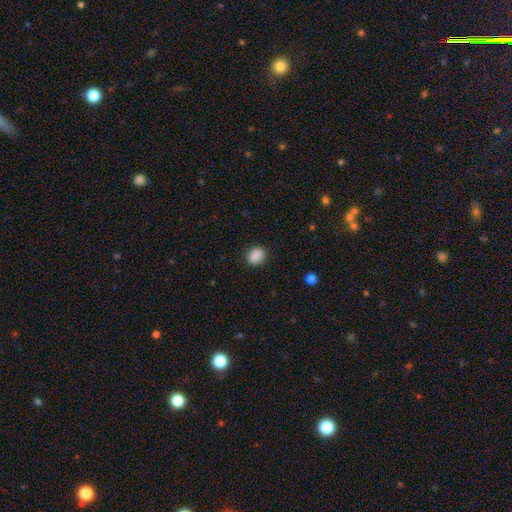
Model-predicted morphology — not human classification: Q: Smooth or featured?
A: smooth (89%); runner-up: star or artifact (9%)
Q: How rounded?
A: round (50%); runner-up: in between (49%)
Q: Merging?
A: none (87%); runner-up: minor disturbance (9%)